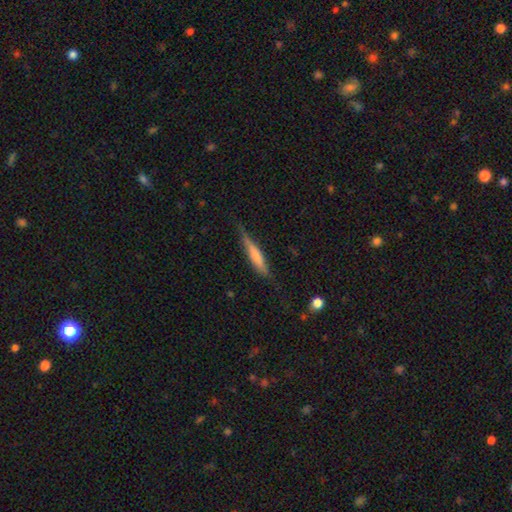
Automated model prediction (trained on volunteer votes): Q: Smooth or featured?
A: smooth (61%); runner-up: featured or disk (33%)
Q: How rounded?
A: cigar-shaped (87%); runner-up: in between (12%)
Q: Merging?
A: none (67%); runner-up: minor disturbance (26%)